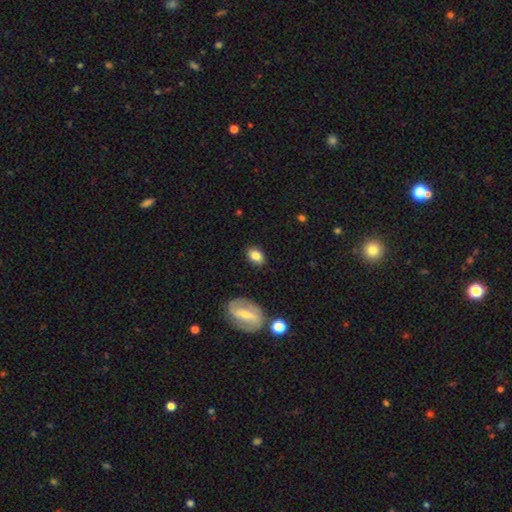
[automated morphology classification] Overall: smooth (79%). How rounded: in between (73%). Merging: none (84%).